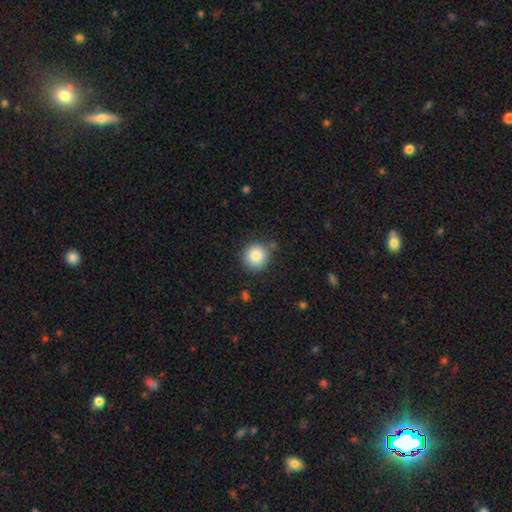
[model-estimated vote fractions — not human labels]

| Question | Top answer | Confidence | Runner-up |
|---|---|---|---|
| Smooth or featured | smooth | 85% | star or artifact (9%) |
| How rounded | round | 92% | in between (7%) |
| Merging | none | 83% | minor disturbance (12%) |